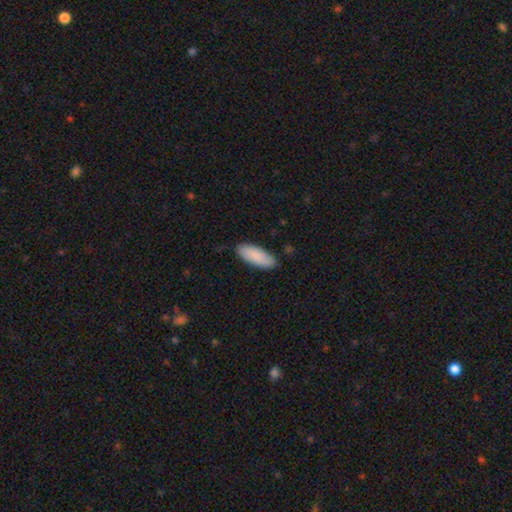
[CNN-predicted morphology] Overall: smooth (87%). How rounded: in between (75%). Merging: none (83%).